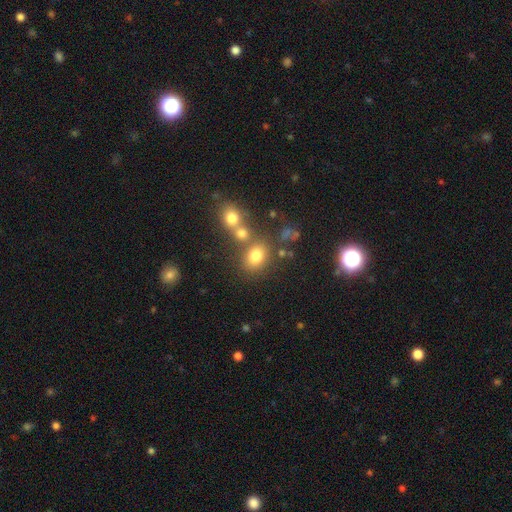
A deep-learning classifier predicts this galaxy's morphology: type=smooth (75%); roundness=round (50%); merging=none (58%).